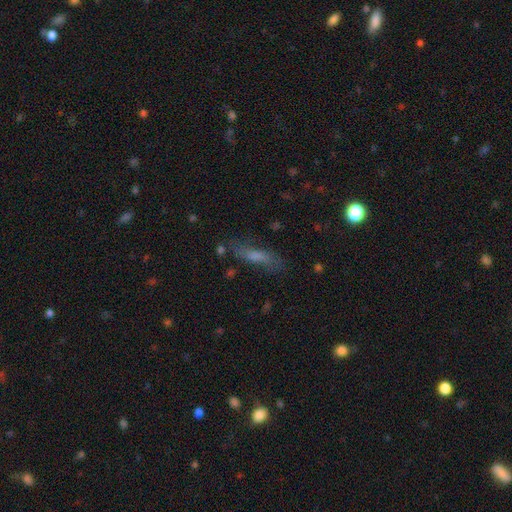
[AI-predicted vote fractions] smooth-or-featured: smooth: 43% | featured or disk: 39% | star or artifact: 18%
  merging: none: 73% | minor disturbance: 17% | major disturbance: 7% | merger: 3%